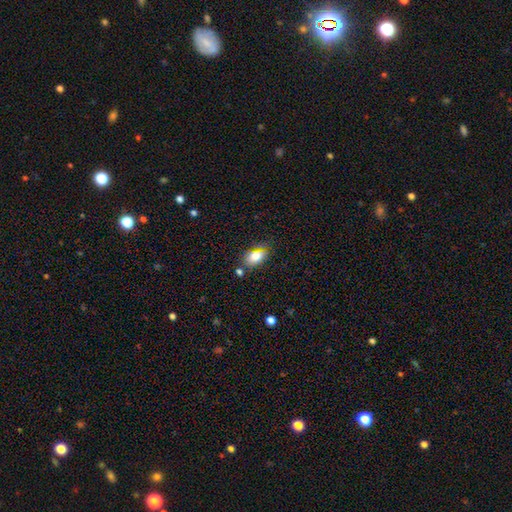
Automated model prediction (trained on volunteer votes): This appears to be a smooth galaxy with no disk features (77%) that is in between round and cigar-shaped (85%). Merging: none (65%).